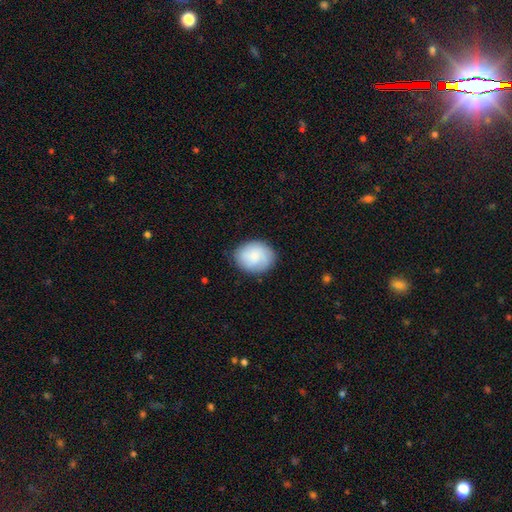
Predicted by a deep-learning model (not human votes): This appears to be a smooth galaxy with no disk features (71%) that is round (56%). Merging: none (81%).